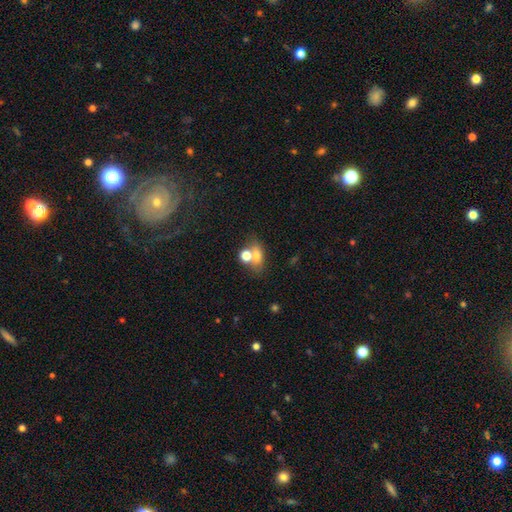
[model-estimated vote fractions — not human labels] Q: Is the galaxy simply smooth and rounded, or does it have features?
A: smooth — 70%.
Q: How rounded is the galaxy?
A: in between — 68%.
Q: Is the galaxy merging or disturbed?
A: none — 43%.